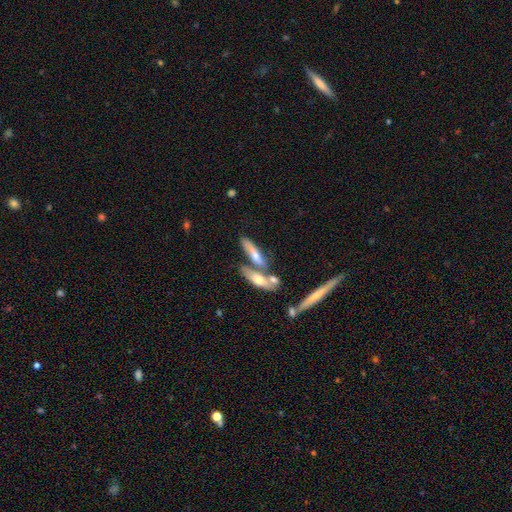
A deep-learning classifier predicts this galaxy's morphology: smooth_or_featured: smooth (p=0.56) [alt: featured or disk p=0.36]
how_rounded: cigar-shaped (p=0.67) [alt: in between p=0.30]
merging: merger (p=0.43) [alt: none p=0.39]